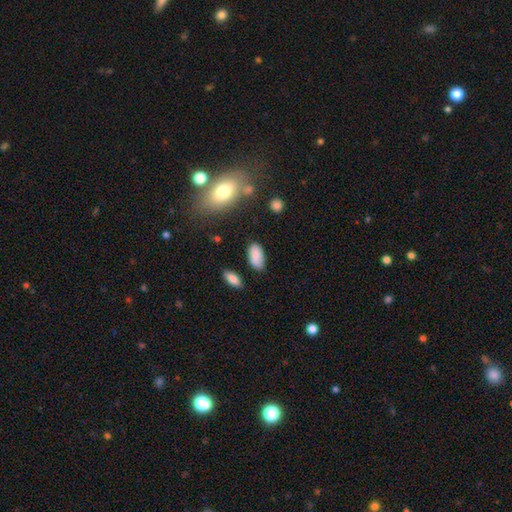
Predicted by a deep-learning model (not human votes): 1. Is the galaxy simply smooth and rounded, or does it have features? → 85% smooth, 8% star or artifact, 7% featured or disk.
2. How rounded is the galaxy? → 93% in between, 4% cigar-shaped, 3% round.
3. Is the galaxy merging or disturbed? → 80% none, 14% minor disturbance, 3% merger, 3% major disturbance.